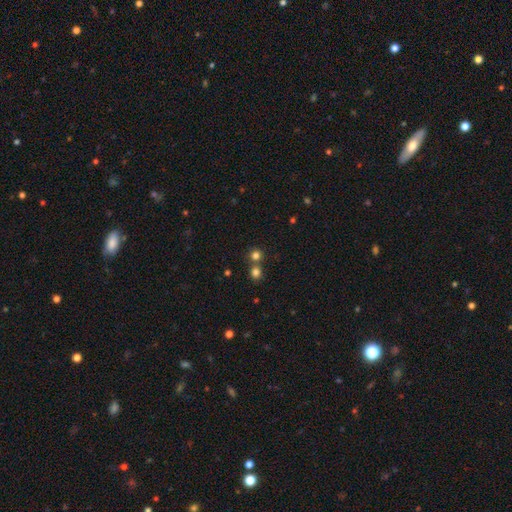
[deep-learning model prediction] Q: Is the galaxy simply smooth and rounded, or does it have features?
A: smooth — 76%.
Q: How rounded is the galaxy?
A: round — 91%.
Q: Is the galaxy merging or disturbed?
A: none — 64%.